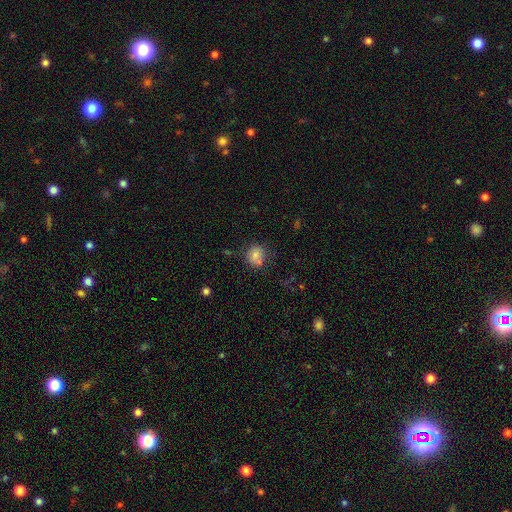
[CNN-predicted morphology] smooth_or_featured: smooth (p=0.76) [alt: featured or disk p=0.12]
how_rounded: round (p=0.80) [alt: in between p=0.19]
merging: none (p=0.65) [alt: merger p=0.15]